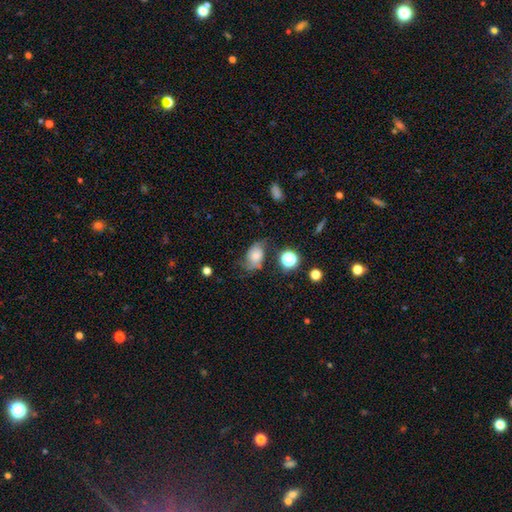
Smooth or featured?
  - smooth: 60% *
  - featured or disk: 30%
  - star or artifact: 10%
How rounded?
  - in between: 88% *
  - round: 8%
  - cigar-shaped: 4%
Merging?
  - none: 36% * (tied)
  - minor disturbance: 36% * (tied)
  - major disturbance: 25%
  - merger: 3%